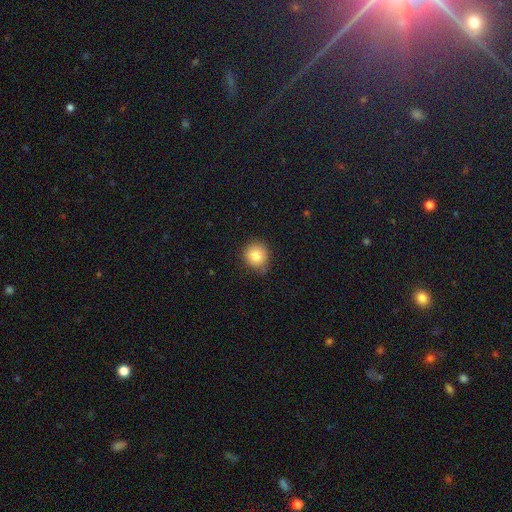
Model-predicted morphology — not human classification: Smooth or featured?
  - smooth: 84% *
  - star or artifact: 9%
  - featured or disk: 7%
How rounded?
  - round: 86% *
  - in between: 13%
  - cigar-shaped: 1%
Merging?
  - none: 76% *
  - minor disturbance: 19%
  - major disturbance: 3%
  - merger: 2%